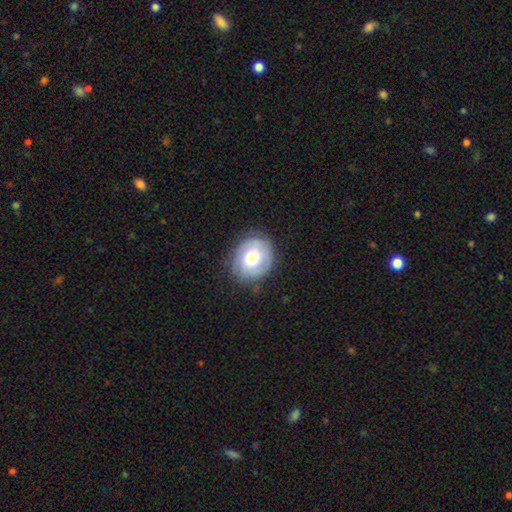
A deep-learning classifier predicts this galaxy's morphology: type=smooth (53%); roundness=round (68%); merging=none (78%).